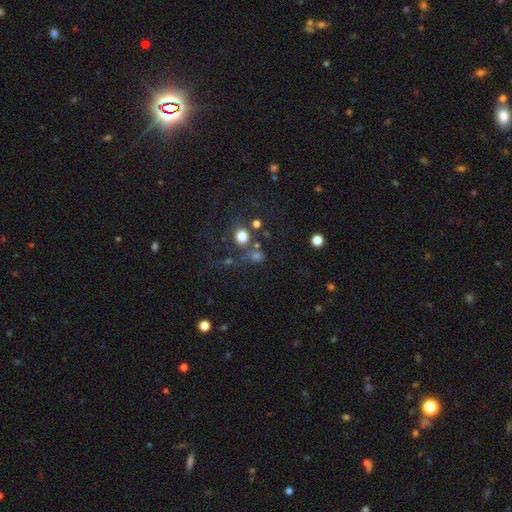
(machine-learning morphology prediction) Overall: smooth (58%; star or artifact 31%). How rounded: round (84%). Merging: none (59%; merger 21%).